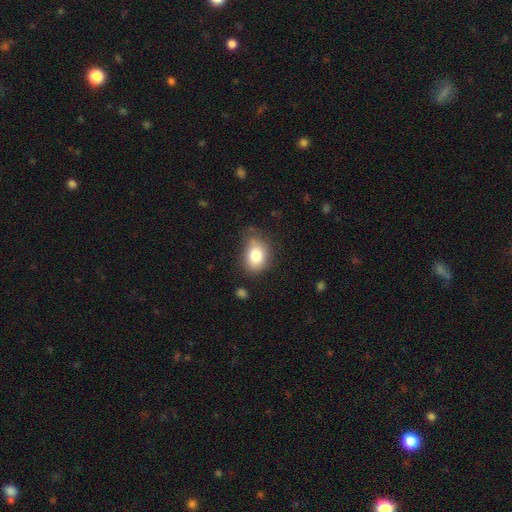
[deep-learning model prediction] Smooth or featured?
  - smooth: 80% *
  - featured or disk: 11%
  - star or artifact: 9%
How rounded?
  - in between: 65% *
  - round: 34%
  - cigar-shaped: 1%
Merging?
  - none: 62% *
  - minor disturbance: 27%
  - major disturbance: 8%
  - merger: 3%